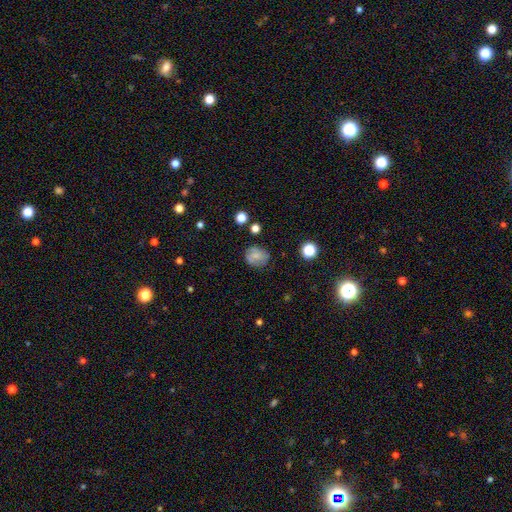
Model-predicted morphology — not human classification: smooth_or_featured: smooth (p=0.64) [alt: featured or disk p=0.25]
how_rounded: round (p=0.62) [alt: in between p=0.37]
merging: none (p=0.70) [alt: minor disturbance p=0.21]